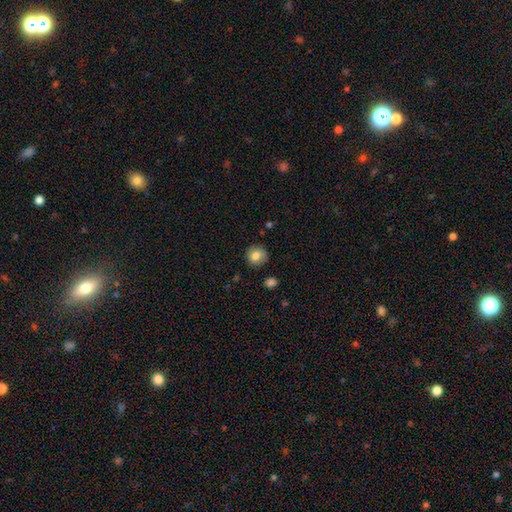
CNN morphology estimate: type=smooth (80%); roundness=round (90%); merging=none (87%).